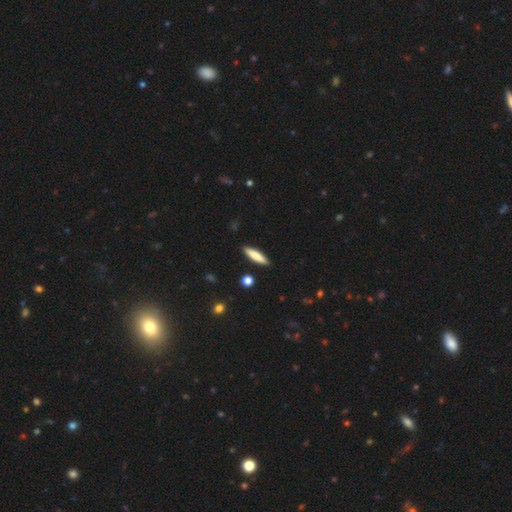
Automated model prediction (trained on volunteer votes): Q: Smooth or featured?
A: smooth (75%); runner-up: featured or disk (19%)
Q: How rounded?
A: cigar-shaped (80%); runner-up: in between (18%)
Q: Merging?
A: none (89%); runner-up: minor disturbance (7%)